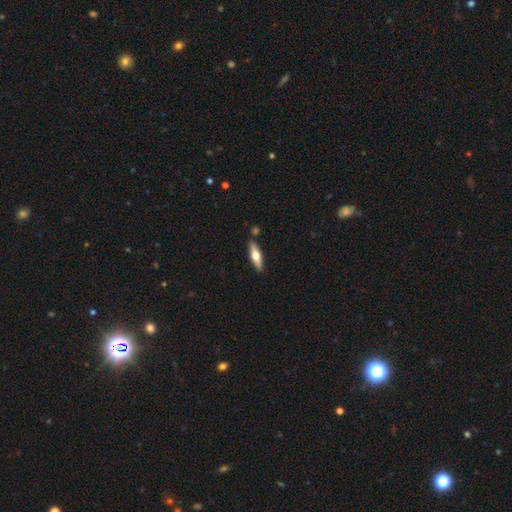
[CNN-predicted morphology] Smooth or featured? smooth (52%)
How rounded? cigar-shaped (62%)
Merging? none (85%)